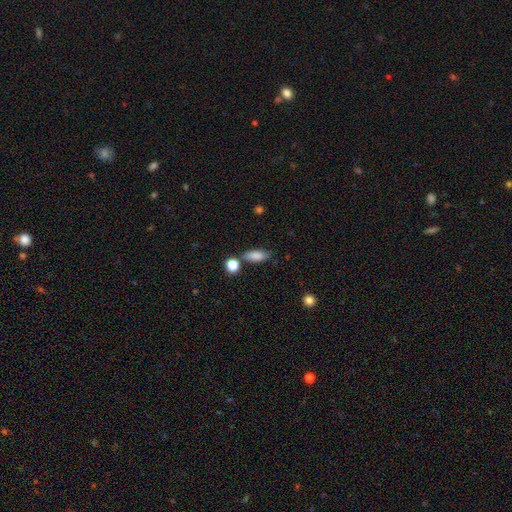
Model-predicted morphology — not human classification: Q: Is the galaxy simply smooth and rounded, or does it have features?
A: smooth — 84%.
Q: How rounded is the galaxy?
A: in between — 76%.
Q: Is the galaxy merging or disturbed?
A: none — 70%.